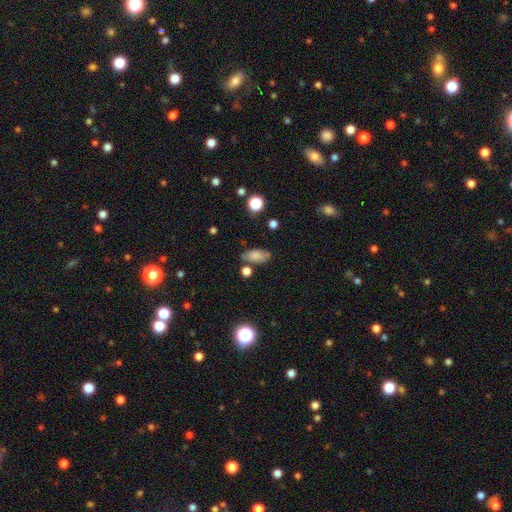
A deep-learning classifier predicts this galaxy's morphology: Smooth or featured? smooth (79%)
How rounded? in between (89%)
Merging? none (68%)